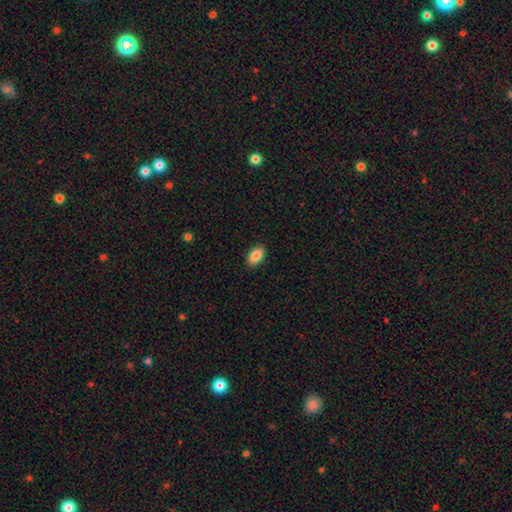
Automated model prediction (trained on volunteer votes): smooth_or_featured: smooth (p=0.87) [alt: star or artifact p=0.07]
how_rounded: in between (p=0.92) [alt: round p=0.06]
merging: none (p=0.89) [alt: minor disturbance p=0.08]